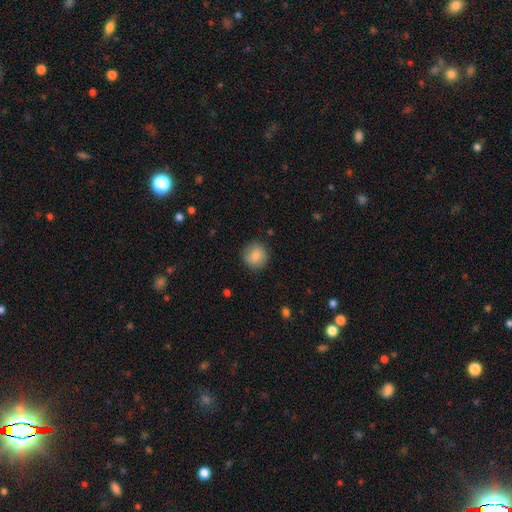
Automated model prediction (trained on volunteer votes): Overall: smooth (83%). How rounded: round (92%). Merging: none (86%).